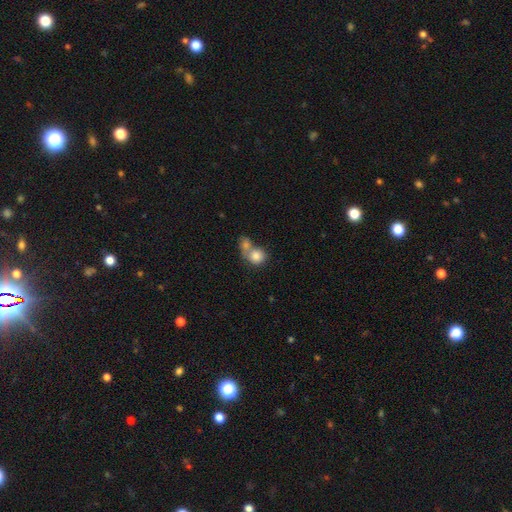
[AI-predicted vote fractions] smooth 80%, featured or disk 11%, star or artifact 8%. Down the decision tree: how rounded — round (78%); merging — merger (62%).